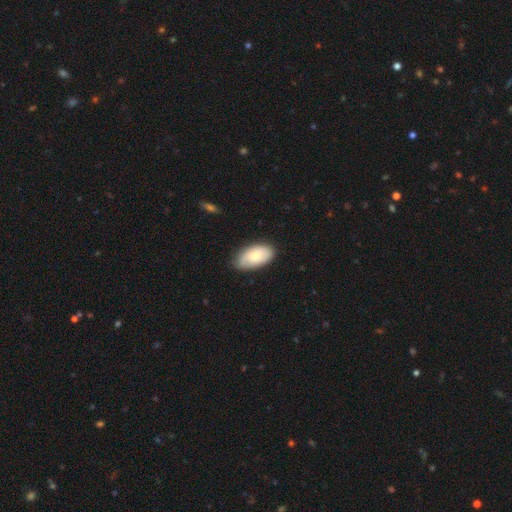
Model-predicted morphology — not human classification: smooth-or-featured: smooth: 72% | featured or disk: 22% | star or artifact: 6%
  how-rounded: in between: 95% | round: 3% | cigar-shaped: 2%
  merging: none: 80% | minor disturbance: 16% | major disturbance: 3% | merger: 1%